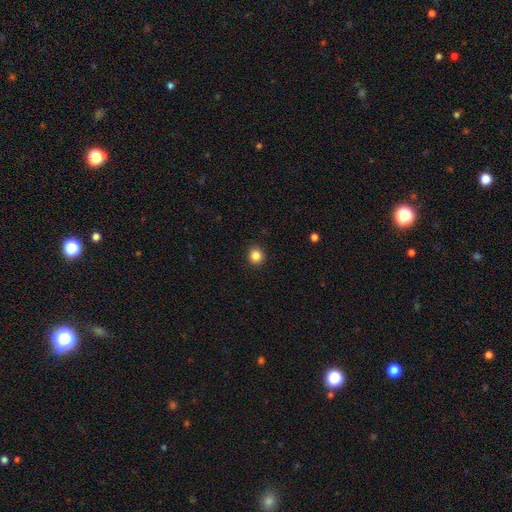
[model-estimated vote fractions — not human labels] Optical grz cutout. It shows a smooth galaxy with no disk features (85%) that is round (91%). Merging: none (91%).